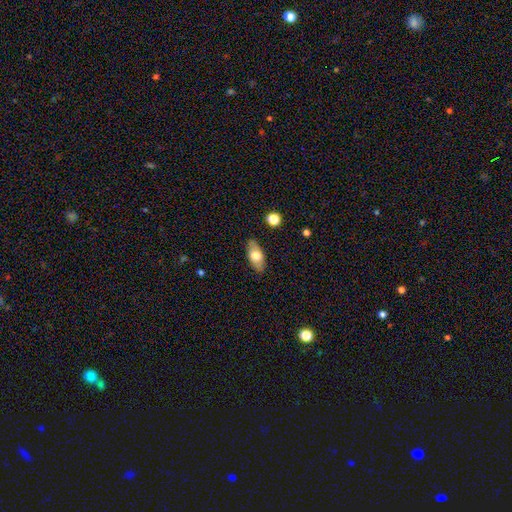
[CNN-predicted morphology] A smooth galaxy with no disk features (68%) that is in between round and cigar-shaped (87%). Merging: none (87%).